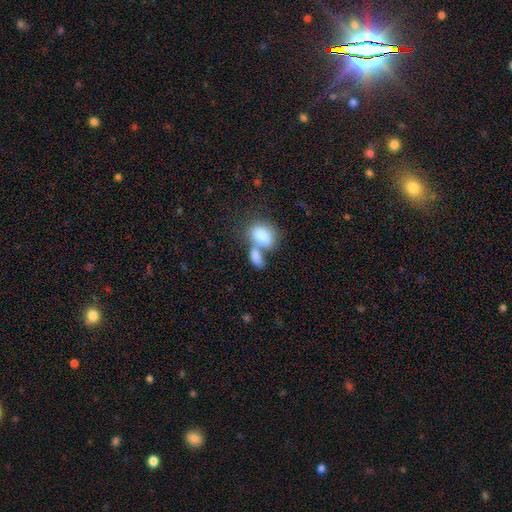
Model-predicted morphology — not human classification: The model was most divided on "merging": merger: 62%, none: 23%, minor disturbance: 9%, major disturbance: 7%. More confident: how rounded — in between (87%); smooth or featured — smooth (81%).